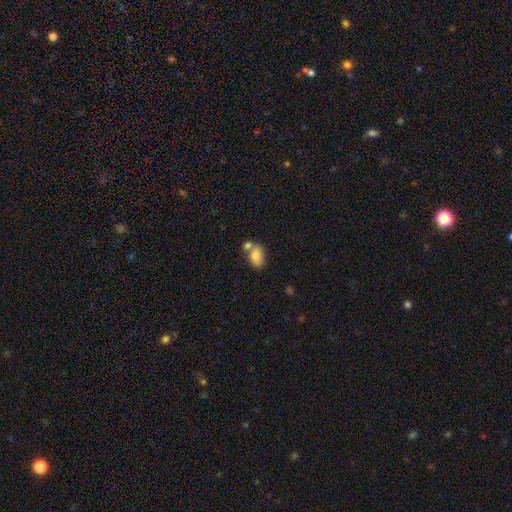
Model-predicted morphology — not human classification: type=smooth (79%); roundness=in between (86%); merging=none (44%).